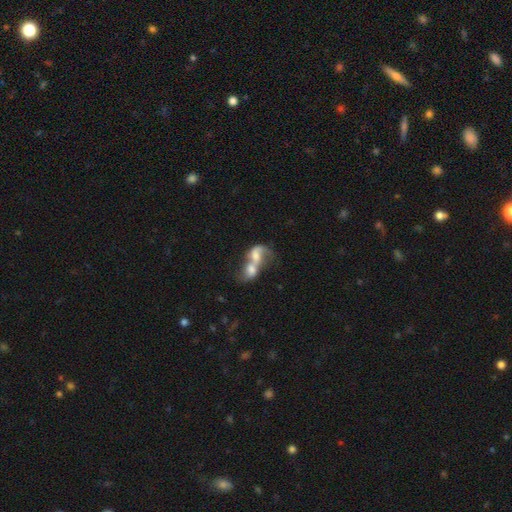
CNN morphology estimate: type=featured or disk (46%); merging=merger (82%).